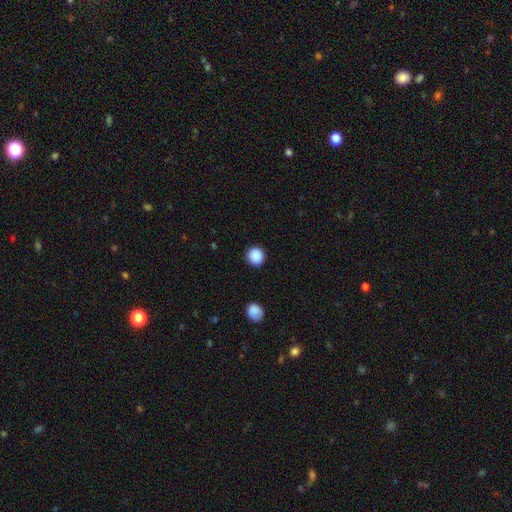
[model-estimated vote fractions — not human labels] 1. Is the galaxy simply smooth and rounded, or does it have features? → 89% smooth, 9% star or artifact, 2% featured or disk.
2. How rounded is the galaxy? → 92% round, 7% in between, 1% cigar-shaped.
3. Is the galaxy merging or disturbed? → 91% none, 6% minor disturbance, 2% major disturbance, 1% merger.